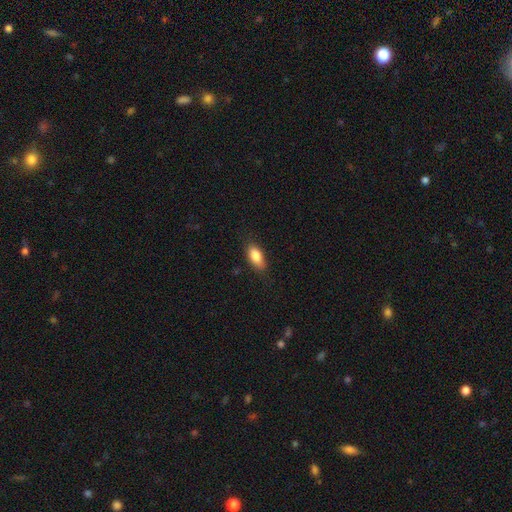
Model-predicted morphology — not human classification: smooth_or_featured: smooth (p=0.84) [alt: featured or disk p=0.09]
how_rounded: in between (p=0.86) [alt: cigar-shaped p=0.10]
merging: none (p=0.81) [alt: minor disturbance p=0.15]